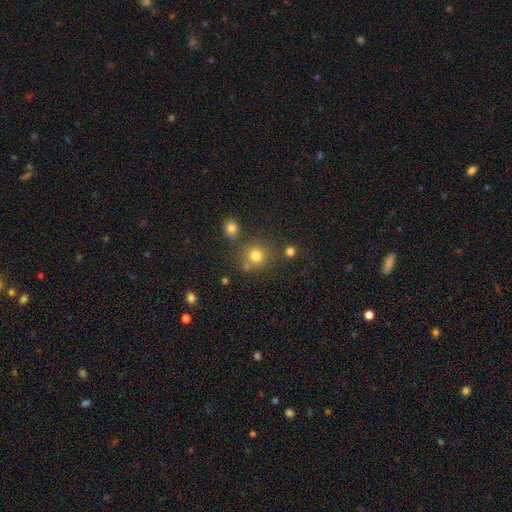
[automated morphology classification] The model was most divided on "smooth or featured": smooth: 78%, star or artifact: 15%, featured or disk: 7%. More confident: how rounded — round (90%); merging — none (75%).